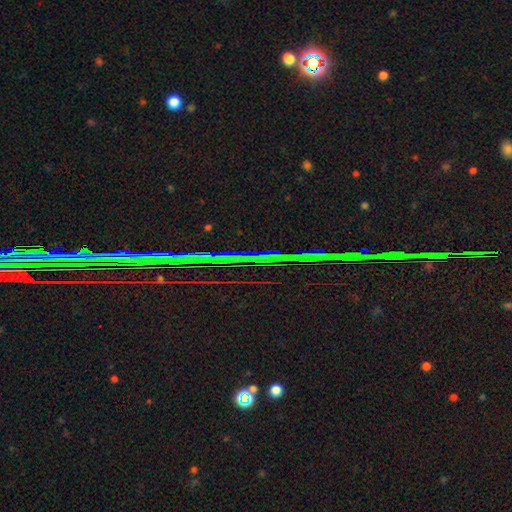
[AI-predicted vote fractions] A star or artifact, not a galaxy (84%).

Vote fractions:
- Smooth or featured? star or artifact: 84% / featured or disk: 9% / smooth: 7%